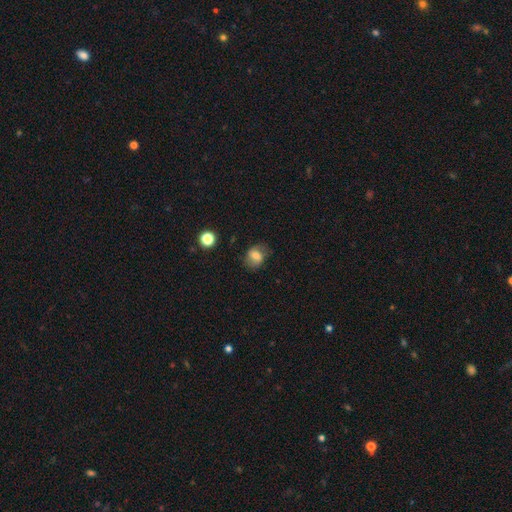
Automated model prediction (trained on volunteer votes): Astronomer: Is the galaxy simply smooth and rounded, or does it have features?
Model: smooth — 70%.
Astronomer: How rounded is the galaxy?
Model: in between — 54% (runner-up: round, 45%).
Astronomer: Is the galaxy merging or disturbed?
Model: none — 70%.